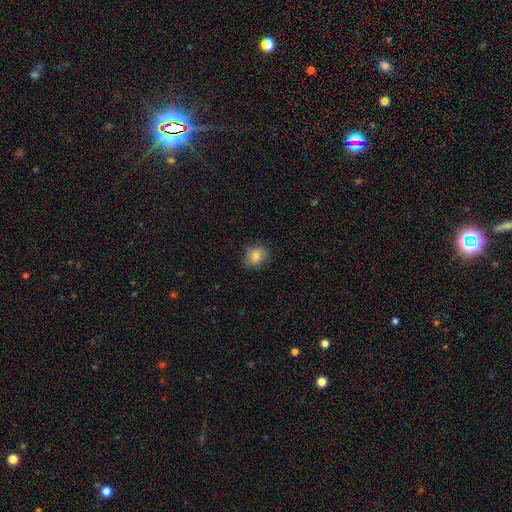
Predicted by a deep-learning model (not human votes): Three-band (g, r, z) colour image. It shows a smooth galaxy with no disk features (82%) that is round (58%). Merging: none (81%).